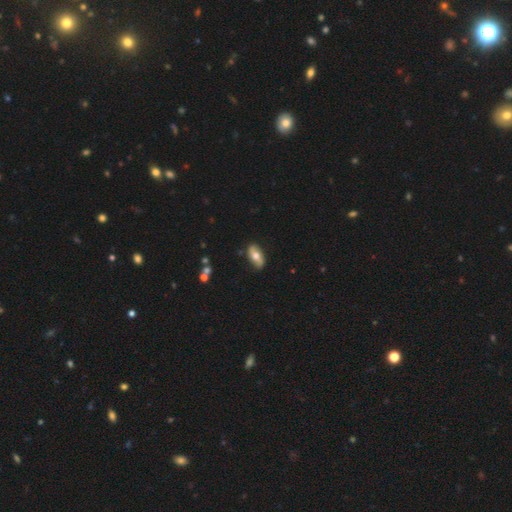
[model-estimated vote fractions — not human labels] smooth_or_featured: smooth (p=0.51) [alt: featured or disk p=0.42]
how_rounded: in between (p=0.89) [alt: cigar-shaped p=0.07]
merging: none (p=0.84) [alt: minor disturbance p=0.12]